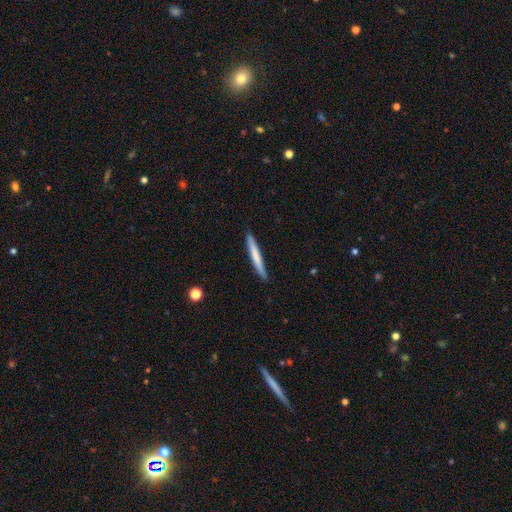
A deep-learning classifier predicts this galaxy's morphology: type=smooth (67%); roundness=cigar-shaped (97%); merging=none (89%).